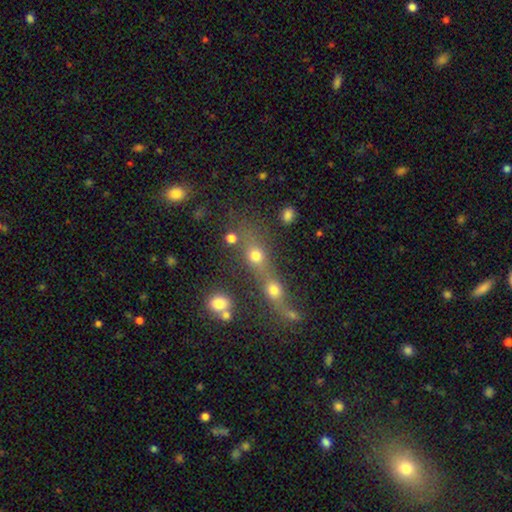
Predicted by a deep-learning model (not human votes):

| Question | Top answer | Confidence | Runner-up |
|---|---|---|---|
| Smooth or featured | smooth | 67% | star or artifact (18%) |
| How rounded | round | 65% | in between (28%) |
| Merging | merger | 50% | none (37%) |